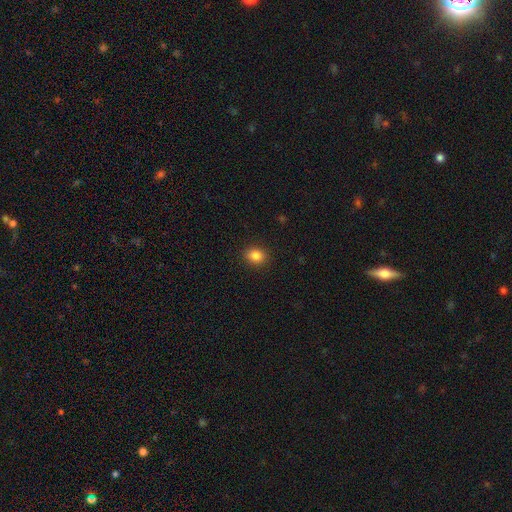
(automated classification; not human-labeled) Overall: smooth (85%). How rounded: round (54%; in between 45%). Merging: none (90%).